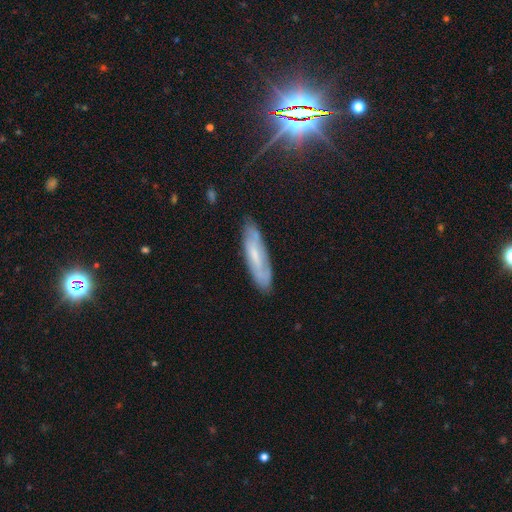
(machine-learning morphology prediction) Smooth or featured?
  - featured or disk: 48% *
  - smooth: 43%
  - star or artifact: 9%
Merging?
  - none: 79% *
  - minor disturbance: 16%
  - major disturbance: 4%
  - merger: 2%